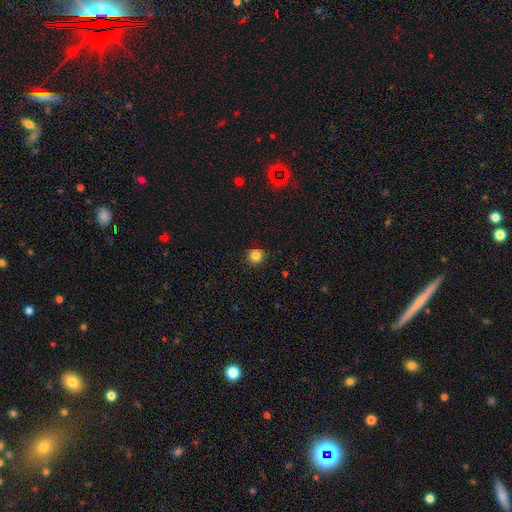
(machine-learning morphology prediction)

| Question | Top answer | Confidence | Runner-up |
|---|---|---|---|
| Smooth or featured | smooth | 83% | star or artifact (12%) |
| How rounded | round | 93% | in between (6%) |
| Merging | none | 90% | minor disturbance (7%) |